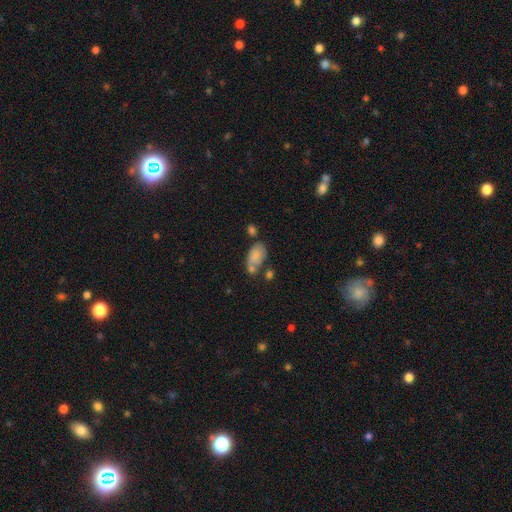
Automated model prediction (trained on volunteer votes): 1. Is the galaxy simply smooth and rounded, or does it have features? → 78% smooth, 13% featured or disk, 8% star or artifact.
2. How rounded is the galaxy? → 92% in between, 5% round, 3% cigar-shaped.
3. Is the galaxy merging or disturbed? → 41% none, 29% merger, 21% minor disturbance, 9% major disturbance.